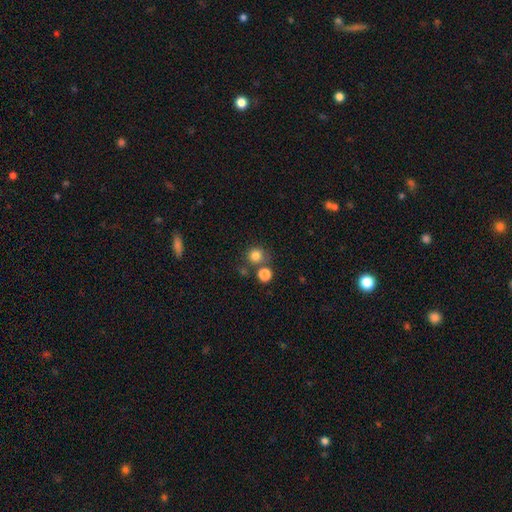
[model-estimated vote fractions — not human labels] smooth 80%, star or artifact 13%, featured or disk 6%. Down the decision tree: how rounded — round (90%); merging — none (70%).